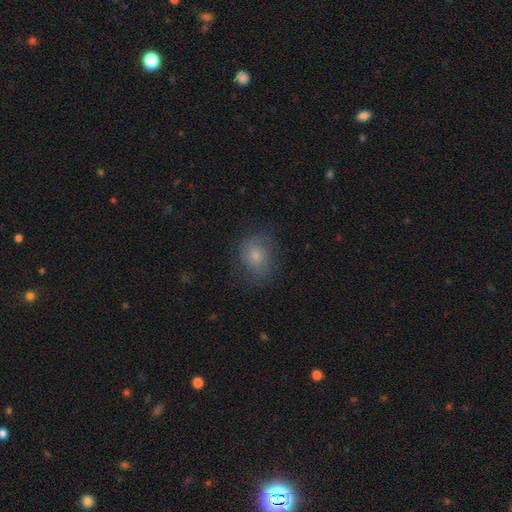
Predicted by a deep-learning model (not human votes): Smooth or featured? smooth (55%)
How rounded? round (65%)
Merging? none (72%)